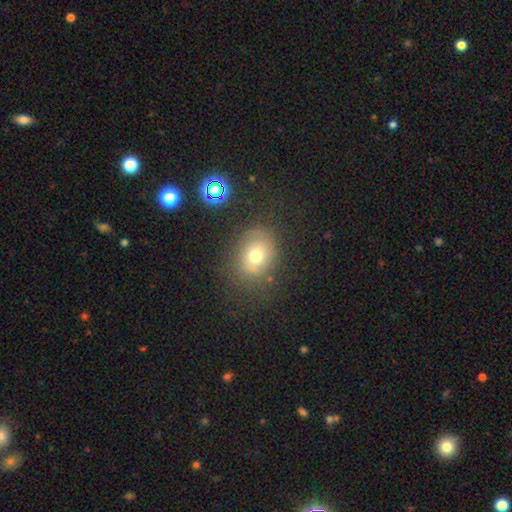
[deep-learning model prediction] smooth 65%, featured or disk 19%, star or artifact 16%. Down the decision tree: how rounded — round (54%); merging — none (70%).